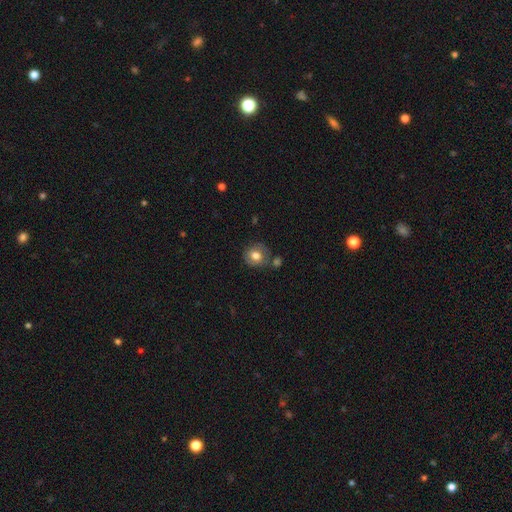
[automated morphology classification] smooth-or-featured: smooth: 75% | featured or disk: 16% | star or artifact: 9%
  how-rounded: round: 76% | in between: 23% | cigar-shaped: 1%
  merging: none: 69% | minor disturbance: 15% | merger: 11% | major disturbance: 4%